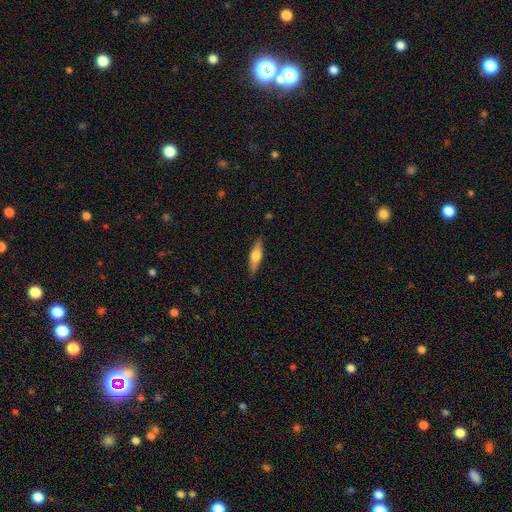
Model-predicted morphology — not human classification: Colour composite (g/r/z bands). It shows a smooth galaxy with no disk features (49%). Merging: none (88%).